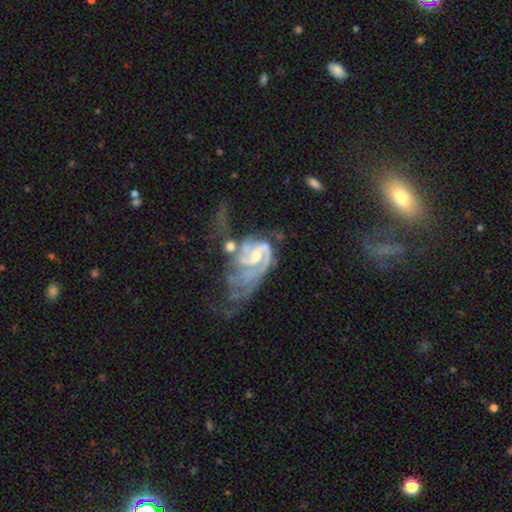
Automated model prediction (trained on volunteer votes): A featured or disk galaxy (88%) with a weak bar (43%), 2 (54%) tight (42%) spiral arms (95%) and a moderate central bulge (49%).

Vote fractions:
- Smooth or featured? featured or disk: 88% / smooth: 6% / star or artifact: 6%
- Edge-on disk? no: 97% / yes: 3%
- Bar? weak: 43% / no: 42% / strong: 15%
- Spiral arms? yes: 95% / no: 5%
- Spiral winding? tight: 42% / medium: 40% / loose: 18%
- Spiral arm count? 2: 54% / can't tell: 18% / 3: 11% / 1: 8% / 4: 4% / more than 4: 4%
- Bulge size? moderate: 49% / small: 37% / none: 7% / large: 6% / dominant: 1%
- Merging? major disturbance: 39% / merger: 30% / none: 18% / minor disturbance: 14%